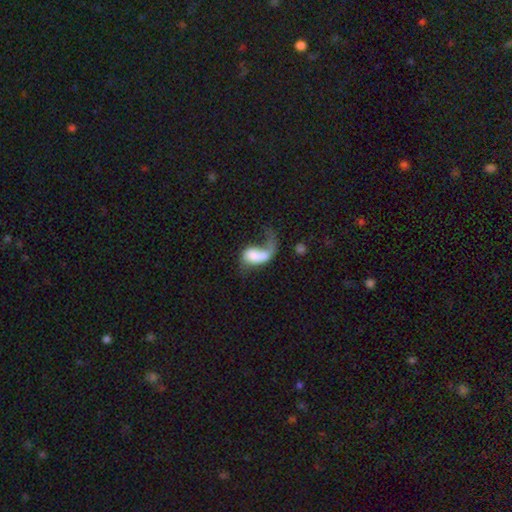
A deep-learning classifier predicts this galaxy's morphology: type=smooth (46%, tied with featured or disk); merging=major disturbance (48%).